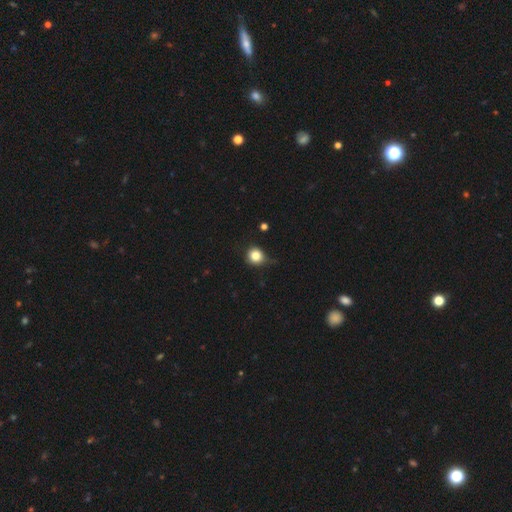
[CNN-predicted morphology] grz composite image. It shows a smooth galaxy with no disk features (82%) that is round (88%). Merging: none (67%).